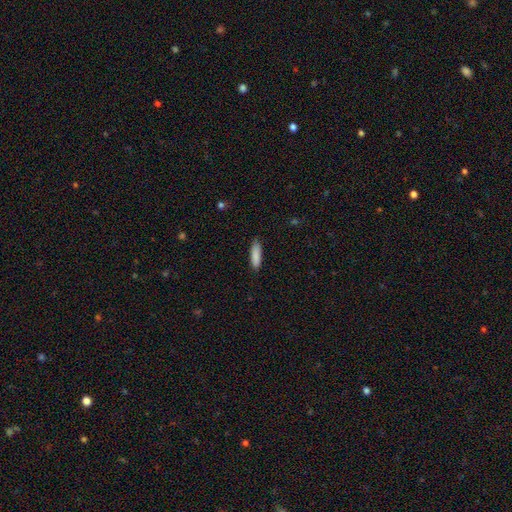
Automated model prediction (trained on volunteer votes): This is clearly a smooth galaxy (88%). How rounded: likely cigar-shaped (63%). Merging: clearly none (84%).